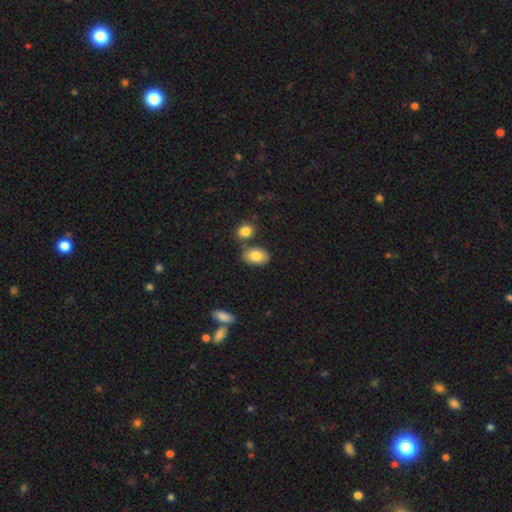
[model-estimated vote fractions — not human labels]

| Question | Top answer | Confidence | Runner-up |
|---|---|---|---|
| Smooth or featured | smooth | 82% | featured or disk (10%) |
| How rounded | in between | 88% | round (11%) |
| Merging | none | 71% | merger (14%) |